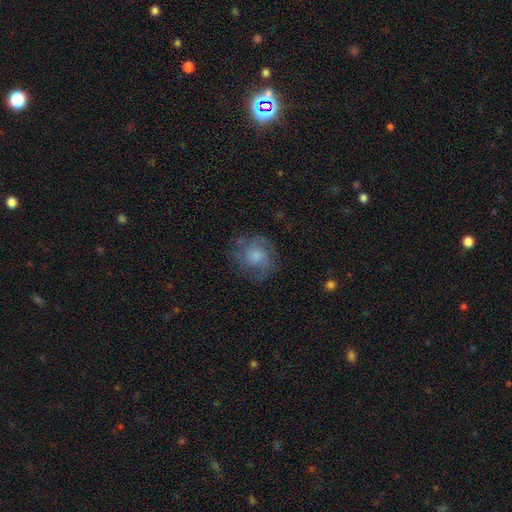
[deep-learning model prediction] Q: Smooth or featured?
A: featured or disk (47%); runner-up: smooth (45%)
Q: Merging?
A: none (69%); runner-up: minor disturbance (19%)